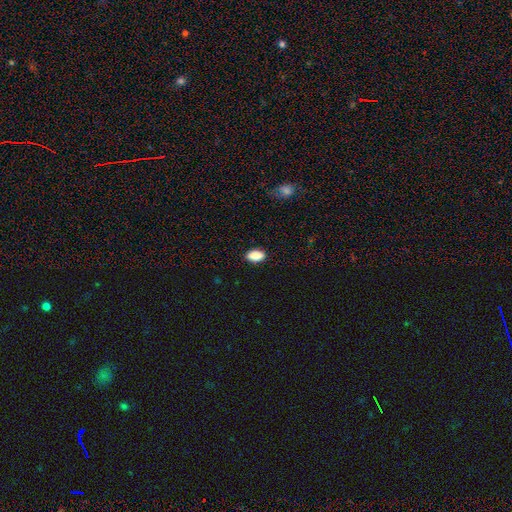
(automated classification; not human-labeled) This appears to be a smooth galaxy with no disk features (84%) that is in between round and cigar-shaped (87%). Merging: none (88%).